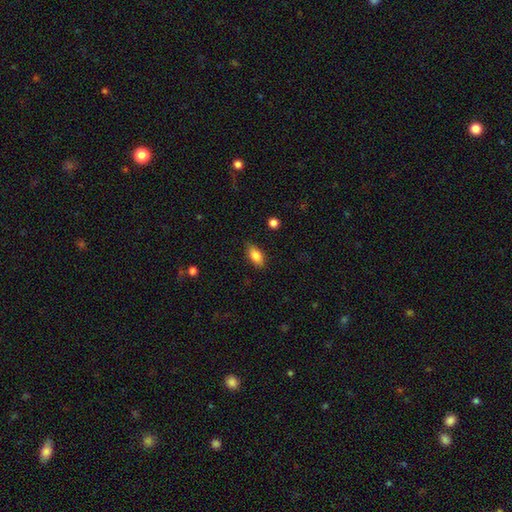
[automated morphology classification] Smooth or featured: smooth — 83% (featured or disk — 9%)
How rounded: in between — 88% (cigar-shaped — 8%)
Merging: none — 84% (minor disturbance — 13%)